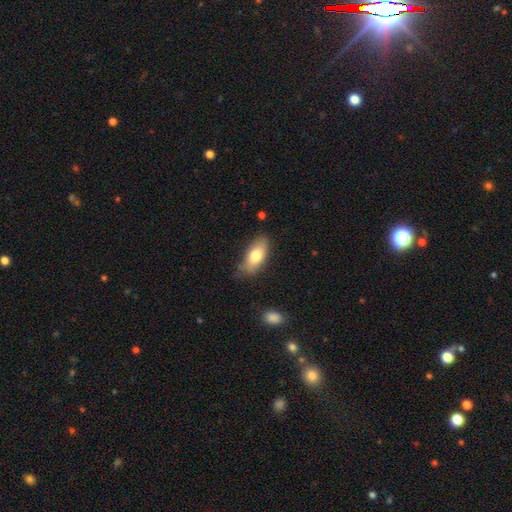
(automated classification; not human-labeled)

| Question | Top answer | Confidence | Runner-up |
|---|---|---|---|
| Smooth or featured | smooth | 74% | featured or disk (19%) |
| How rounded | in between | 87% | cigar-shaped (10%) |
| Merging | none | 74% | minor disturbance (20%) |